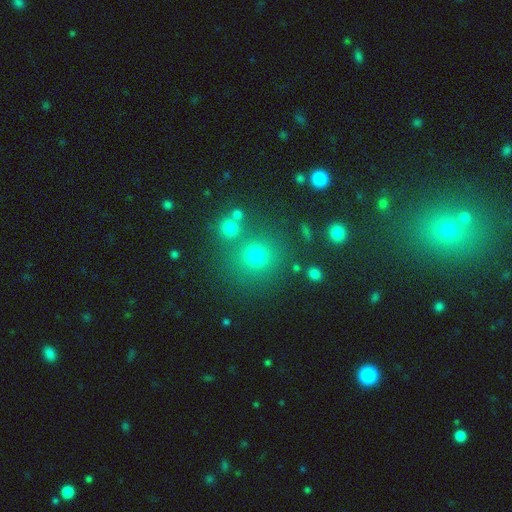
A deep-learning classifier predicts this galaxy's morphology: A smooth galaxy with no disk features (72%) that is round (88%).

Vote fractions:
- Smooth or featured? smooth: 72% / star or artifact: 20% / featured or disk: 8%
- How rounded? round: 88% / in between: 11% / cigar-shaped: 1%
- Merging? none: 73% / merger: 13% / minor disturbance: 10% / major disturbance: 4%